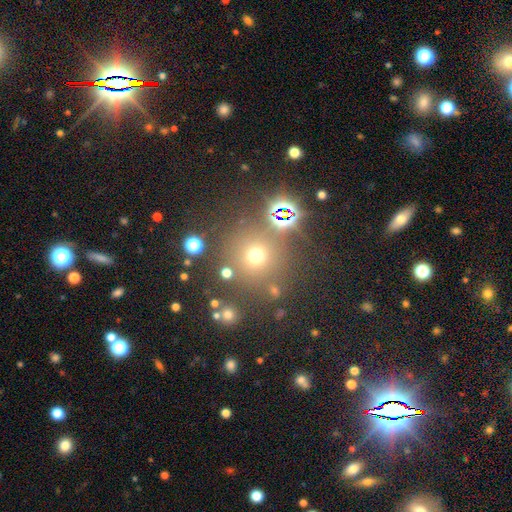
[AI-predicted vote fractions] This appears to be a smooth galaxy with no disk features (61%) that is round (93%). Merging: none (77%).